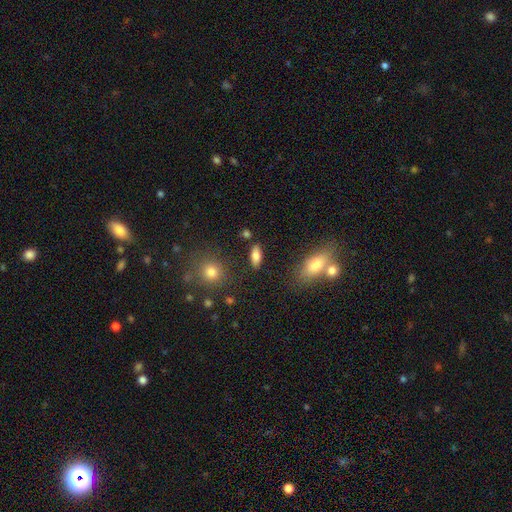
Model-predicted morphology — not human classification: Smooth or featured? smooth (77%)
How rounded? in between (79%)
Merging? none (83%)